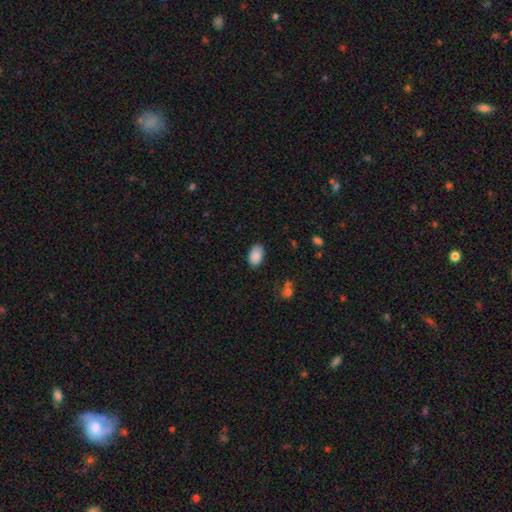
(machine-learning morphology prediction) A smooth galaxy with no disk features (89%) that is in between round and cigar-shaped (92%). Merging: none (85%).